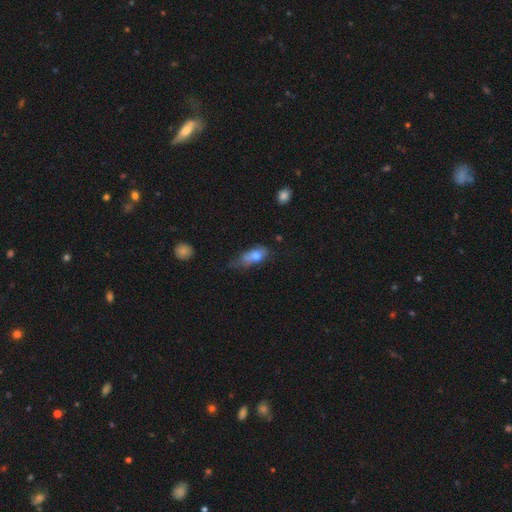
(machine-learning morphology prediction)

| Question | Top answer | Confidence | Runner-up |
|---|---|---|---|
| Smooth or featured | smooth | 70% | featured or disk (22%) |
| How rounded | in between | 76% | cigar-shaped (17%) |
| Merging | minor disturbance | 37% | none (29%) |